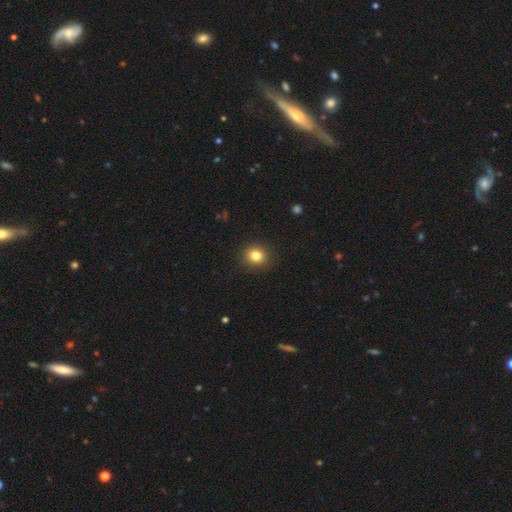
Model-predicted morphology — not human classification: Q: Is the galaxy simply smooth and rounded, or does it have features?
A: smooth — 83%.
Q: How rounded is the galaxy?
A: round — 83%.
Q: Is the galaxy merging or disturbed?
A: none — 90%.